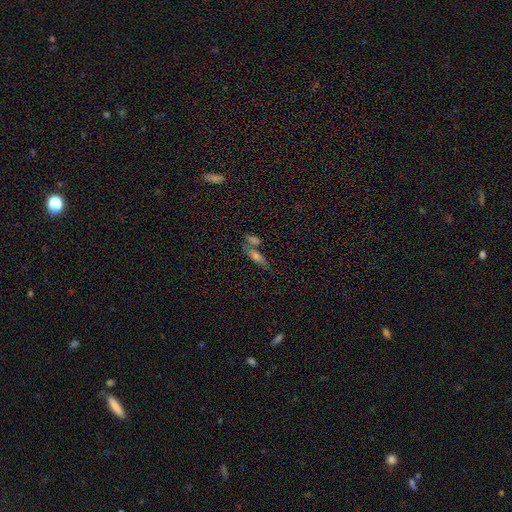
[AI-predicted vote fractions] Smooth or featured? Predicted: smooth (p=0.48). Merging? Predicted: none (p=0.46).